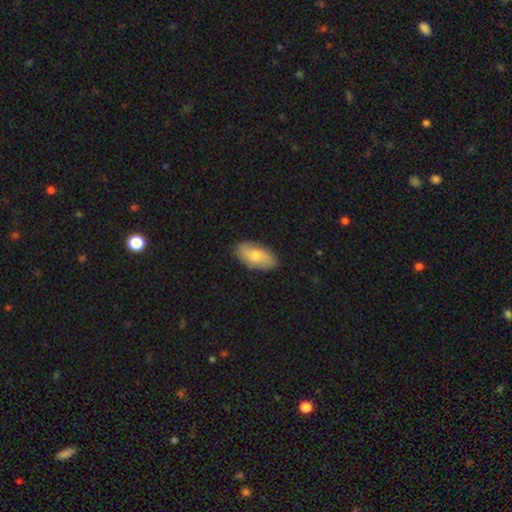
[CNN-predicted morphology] This appears to be a smooth galaxy with no disk features (67%) that is in between round and cigar-shaped (93%). Merging: none (84%).